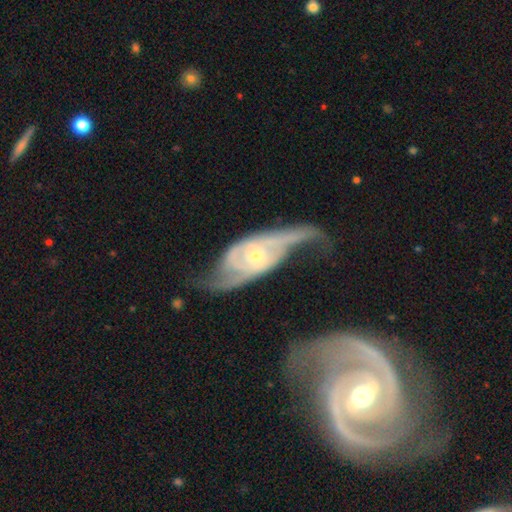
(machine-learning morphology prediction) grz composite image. It shows a featured or disk galaxy (88%) with no bar (58%), 2 (80%) medium (42%) spiral arms (95%) and a small central bulge (56%). Merging: none (50%).